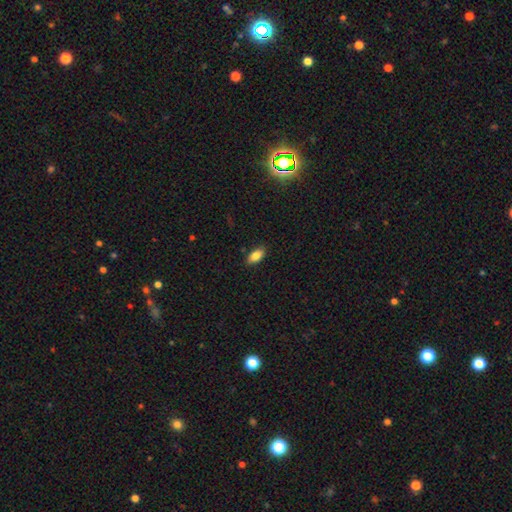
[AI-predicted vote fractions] smooth 83%, featured or disk 9%, star or artifact 8%. Down the decision tree: how rounded — in between (89%); merging — none (86%).